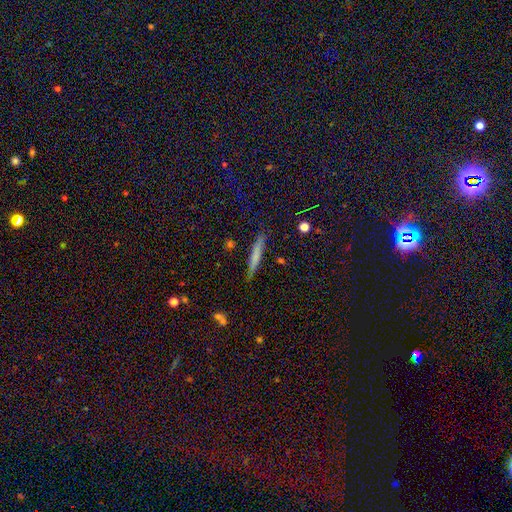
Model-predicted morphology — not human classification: A smooth galaxy with no disk features (62%) that is cigar-shaped (94%).

Vote fractions:
- Smooth or featured? smooth: 62% / featured or disk: 29% / star or artifact: 9%
- How rounded? cigar-shaped: 94% / in between: 4% / round: 2%
- Merging? none: 84% / minor disturbance: 12% / major disturbance: 2% / merger: 2%